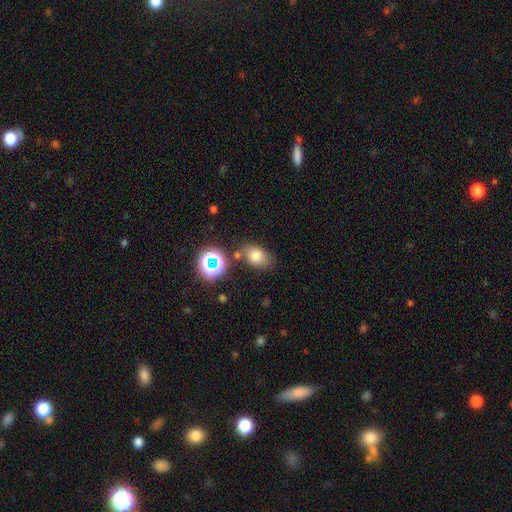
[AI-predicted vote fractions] This appears to be a smooth galaxy with no disk features (73%) that is in between round and cigar-shaped (76%). Merging: none (73%).